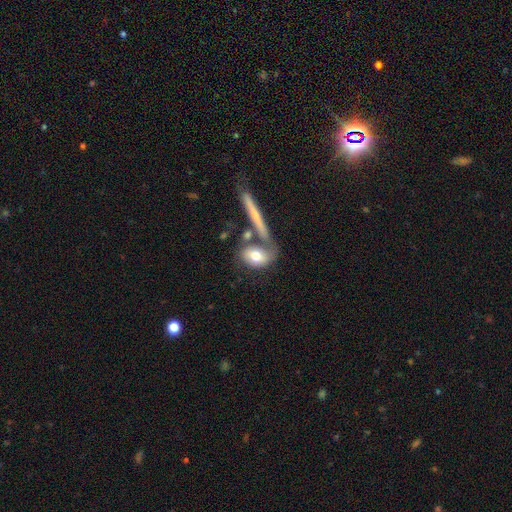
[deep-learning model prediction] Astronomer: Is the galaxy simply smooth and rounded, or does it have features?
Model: smooth — 68%.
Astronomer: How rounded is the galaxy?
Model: in between — 63%.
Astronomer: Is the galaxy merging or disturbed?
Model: none — 49% (runner-up: merger, 27%).